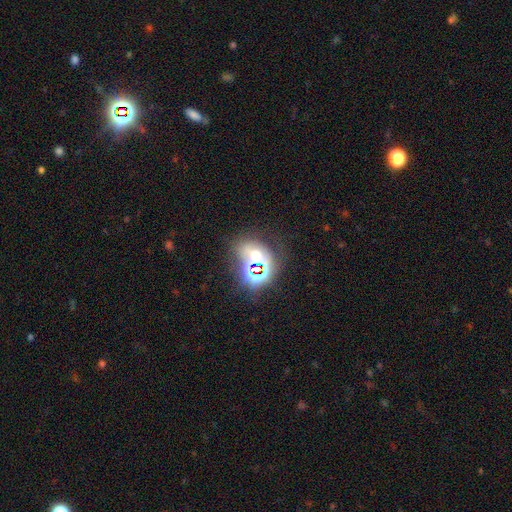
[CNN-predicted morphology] star or artifact 47%, smooth 36%, featured or disk 18%.